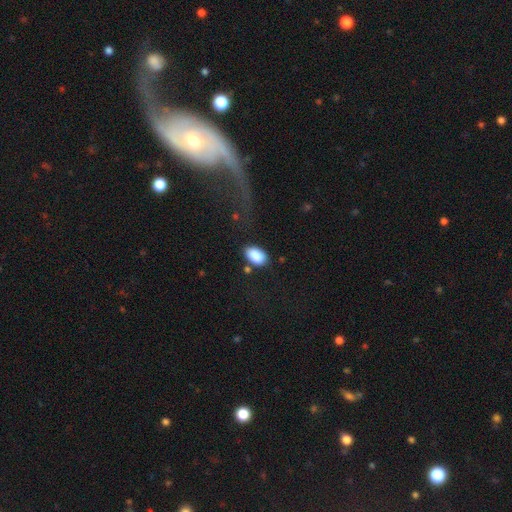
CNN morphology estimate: smooth 90%, star or artifact 7%, featured or disk 4%. Down the decision tree: how rounded — in between (92%); merging — none (73%).